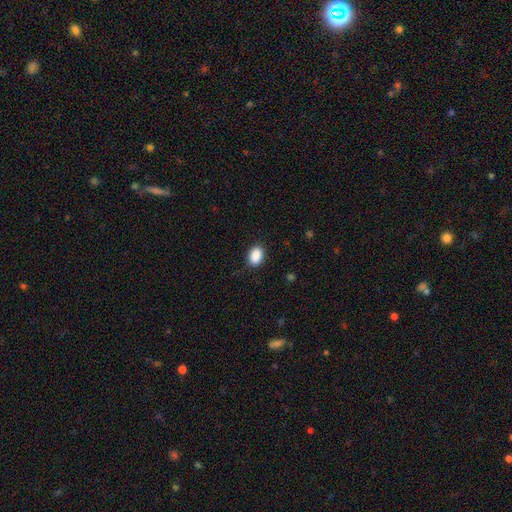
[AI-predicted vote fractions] Morphology: type=smooth (89%); roundness=in between (81%); merging=none (87%).